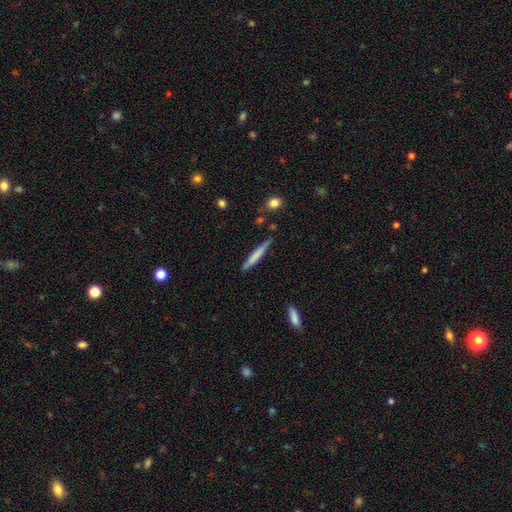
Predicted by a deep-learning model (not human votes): Smooth or featured? smooth (66%)
How rounded? cigar-shaped (95%)
Merging? none (80%)